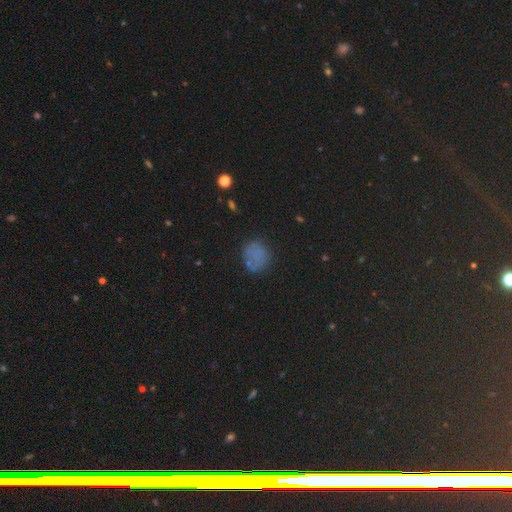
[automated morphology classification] smooth 61%, star or artifact 24%, featured or disk 15%. Down the decision tree: how rounded — round (73%); merging — none (68%).